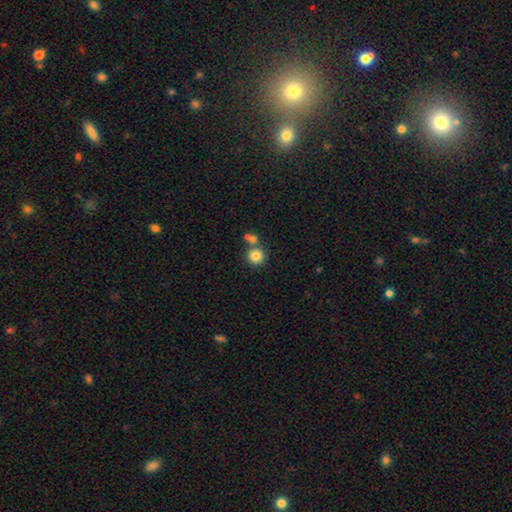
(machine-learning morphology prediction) smooth-or-featured: smooth: 82% | star or artifact: 10% | featured or disk: 7%
  how-rounded: round: 93% | in between: 6% | cigar-shaped: 1%
  merging: none: 65% | merger: 24% | minor disturbance: 8% | major disturbance: 3%